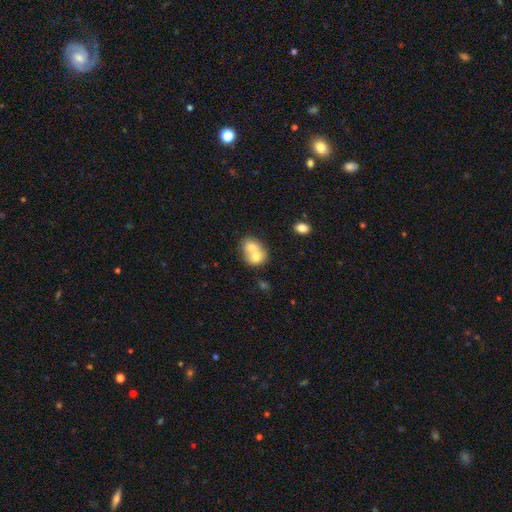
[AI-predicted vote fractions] Smooth or featured? Predicted: smooth (p=0.68). How rounded? Predicted: round (p=0.57). Merging? Predicted: merger (p=0.74).